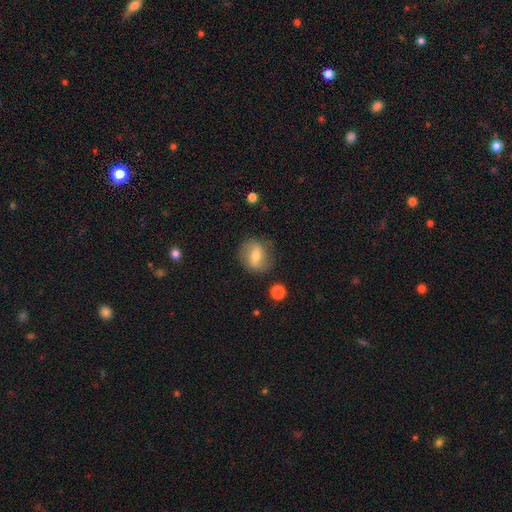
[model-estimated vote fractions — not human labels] Morphology: type=smooth (55%); roundness=round (63%); merging=none (80%).